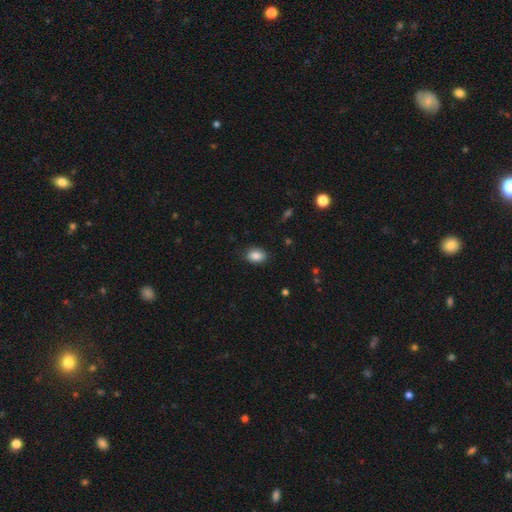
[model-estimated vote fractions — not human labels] Smooth or featured? smooth (87%)
How rounded? in between (80%)
Merging? none (86%)